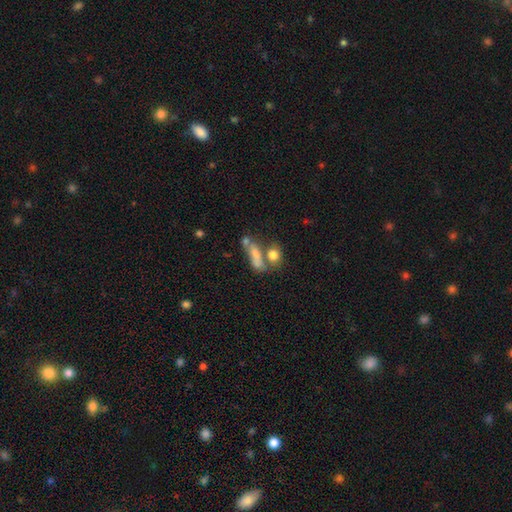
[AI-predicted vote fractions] Smooth or featured: smooth — 66% (featured or disk — 23%)
How rounded: in between — 55% (cigar-shaped — 32%)
Merging: merger — 39% (none — 34%)